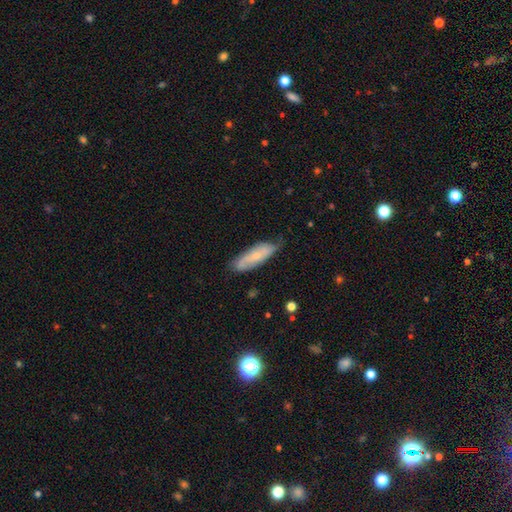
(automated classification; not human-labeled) Smooth or featured: smooth — 51% (featured or disk — 42%)
How rounded: cigar-shaped — 49% (tied with in between — 49%)
Merging: none — 70% (minor disturbance — 24%)